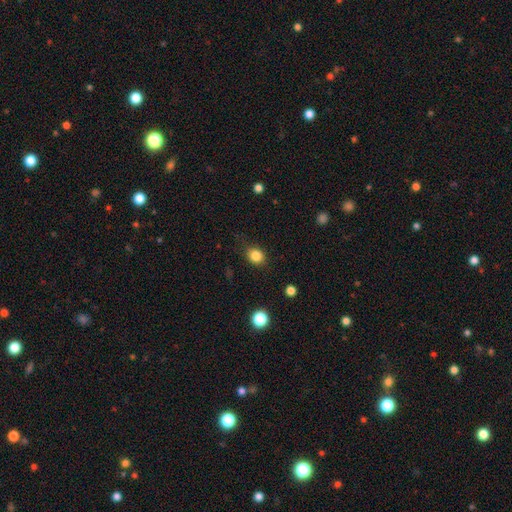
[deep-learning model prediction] This is clearly a smooth galaxy (84%). How rounded: likely round (70%). Merging: clearly none (82%).